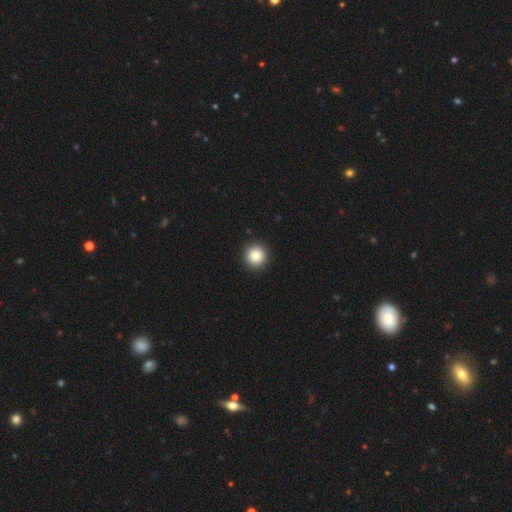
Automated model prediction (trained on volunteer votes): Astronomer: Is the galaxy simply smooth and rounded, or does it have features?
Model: smooth — 87%.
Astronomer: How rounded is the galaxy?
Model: round — 95%.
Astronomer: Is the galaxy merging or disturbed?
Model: none — 93%.